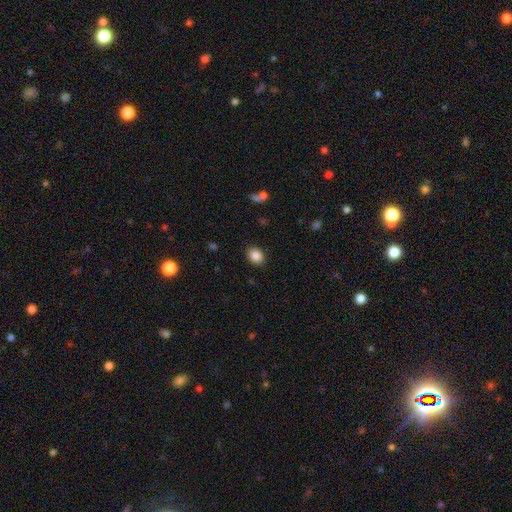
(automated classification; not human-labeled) A smooth galaxy with no disk features (85%) that is in between round and cigar-shaped (60%).

Vote fractions:
- Smooth or featured? smooth: 85% / star or artifact: 9% / featured or disk: 6%
- How rounded? in between: 60% / round: 39% / cigar-shaped: 1%
- Merging? none: 88% / minor disturbance: 8% / major disturbance: 2% / merger: 1%